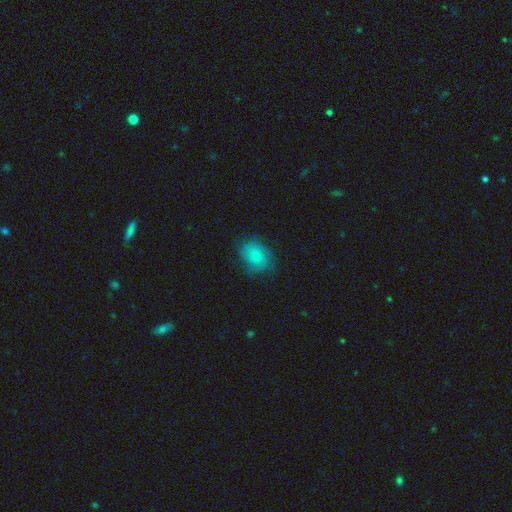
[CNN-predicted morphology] Smooth or featured: smooth — 76% (featured or disk — 15%)
How rounded: in between — 61% (round — 38%)
Merging: none — 67% (minor disturbance — 23%)